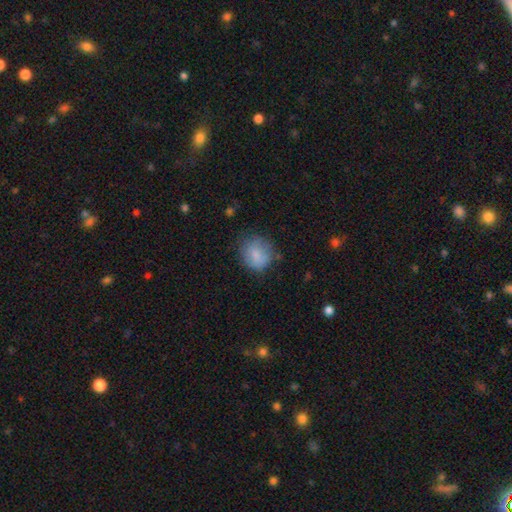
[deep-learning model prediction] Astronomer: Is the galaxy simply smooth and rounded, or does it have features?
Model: smooth — 80%.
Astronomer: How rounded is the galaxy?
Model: round — 77%.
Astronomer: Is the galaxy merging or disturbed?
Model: none — 68%.